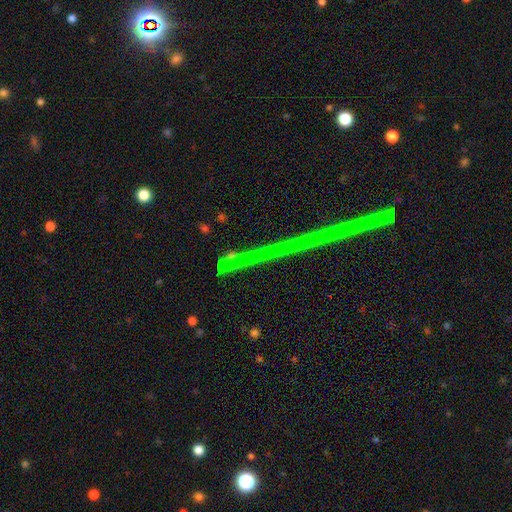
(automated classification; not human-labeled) smooth-or-featured: star or artifact: 75% | featured or disk: 14% | smooth: 11%